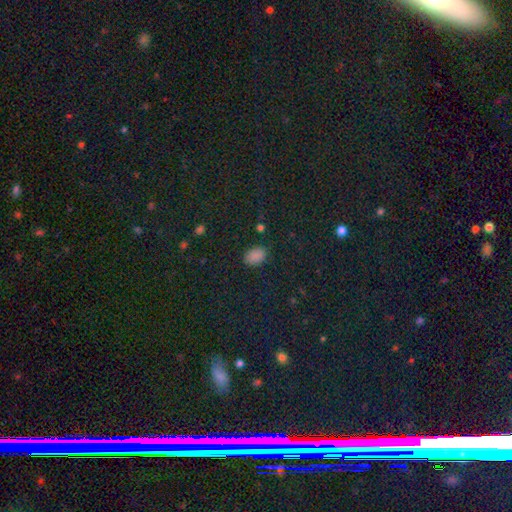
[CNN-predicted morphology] smooth_or_featured: smooth (p=0.83) [alt: star or artifact p=0.13]
how_rounded: in between (p=0.84) [alt: round p=0.14]
merging: none (p=0.85) [alt: minor disturbance p=0.11]